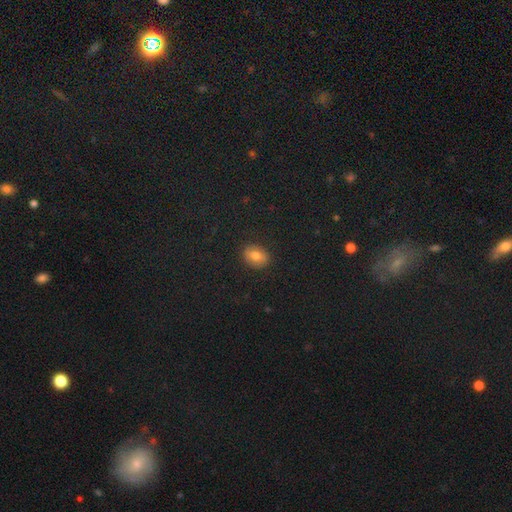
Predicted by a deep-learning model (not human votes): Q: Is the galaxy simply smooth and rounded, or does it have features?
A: smooth — 71%.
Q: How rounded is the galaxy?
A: in between — 57%.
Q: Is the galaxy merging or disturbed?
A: none — 89%.